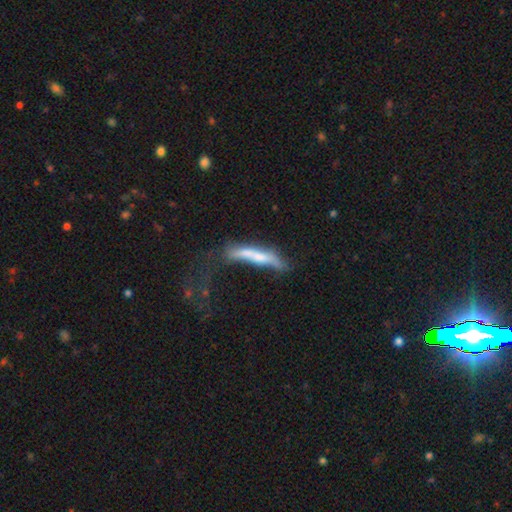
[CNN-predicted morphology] A smooth galaxy with no disk features (49%). Merging: none (32%).